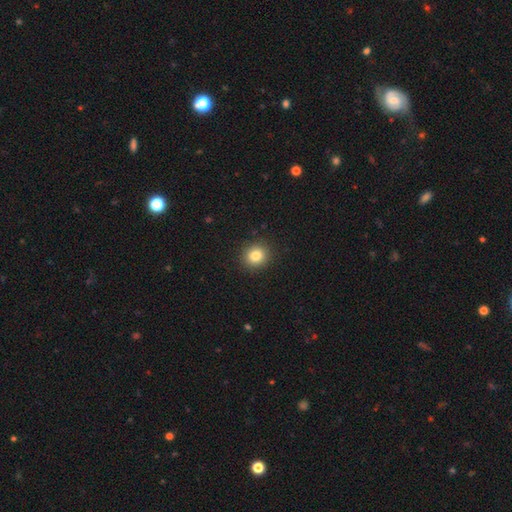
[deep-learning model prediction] This is clearly a smooth galaxy (83%). How rounded: clearly round (87%). Merging: clearly none (91%).